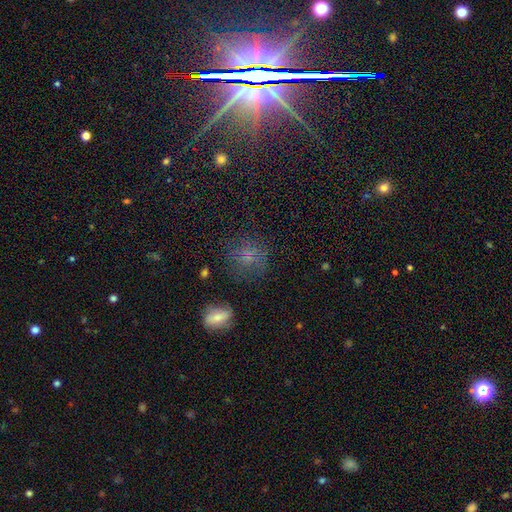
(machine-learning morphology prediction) Smooth or featured? Predicted: star or artifact (p=0.54).